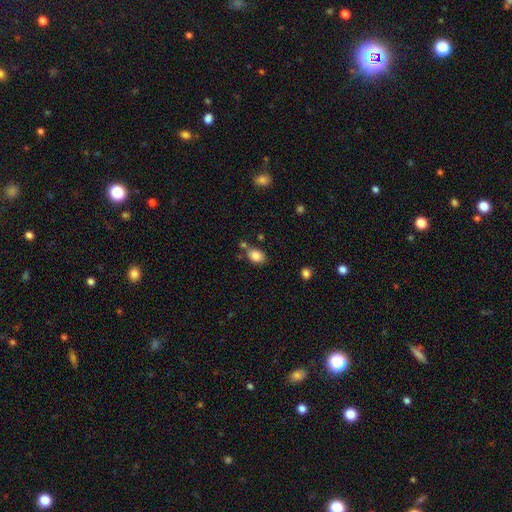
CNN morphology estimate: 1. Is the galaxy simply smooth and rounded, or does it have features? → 86% smooth, 9% star or artifact, 5% featured or disk.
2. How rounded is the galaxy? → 75% in between, 24% round, 1% cigar-shaped.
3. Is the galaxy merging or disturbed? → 66% none, 15% minor disturbance, 14% merger, 5% major disturbance.